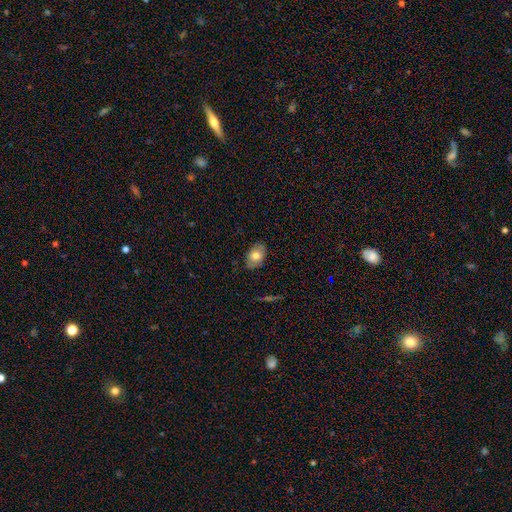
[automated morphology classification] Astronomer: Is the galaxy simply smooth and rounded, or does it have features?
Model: smooth — 70%.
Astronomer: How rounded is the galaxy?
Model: in between — 87%.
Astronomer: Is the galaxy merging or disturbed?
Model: none — 83%.